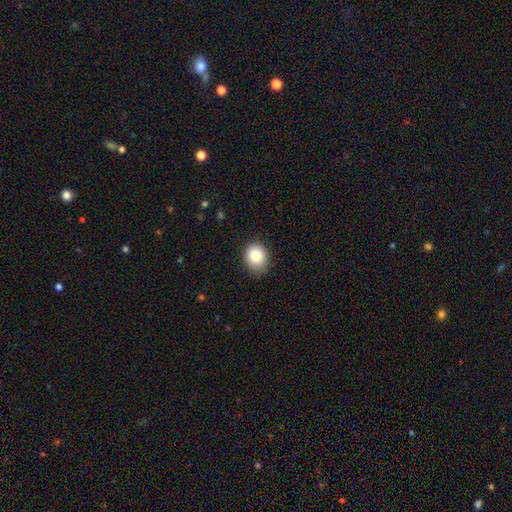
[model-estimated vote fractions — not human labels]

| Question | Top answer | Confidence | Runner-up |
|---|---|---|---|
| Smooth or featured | smooth | 85% | star or artifact (9%) |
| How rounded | round | 55% | in between (44%) |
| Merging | none | 82% | minor disturbance (15%) |